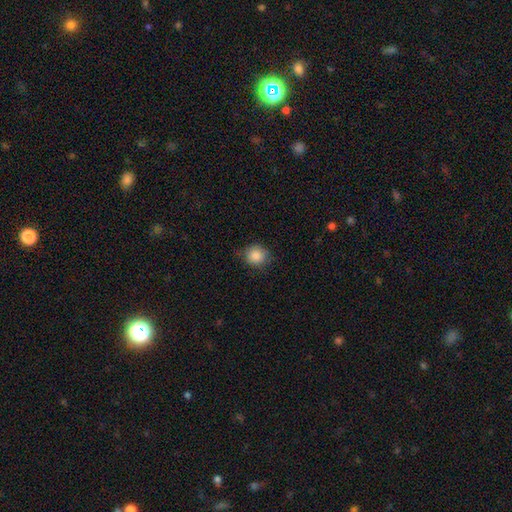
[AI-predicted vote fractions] Smooth or featured? Predicted: smooth (p=0.87). How rounded? Predicted: round (p=0.85). Merging? Predicted: none (p=0.79).